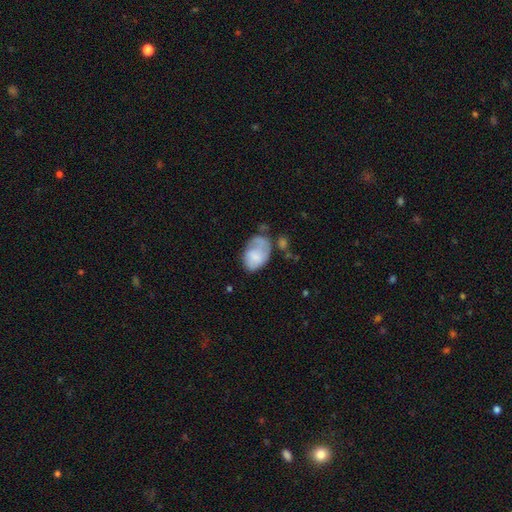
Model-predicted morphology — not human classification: Smooth or featured?
  - smooth: 64% *
  - featured or disk: 29%
  - star or artifact: 7%
How rounded?
  - in between: 85% *
  - round: 14%
  - cigar-shaped: 1%
Merging?
  - none: 34% *
  - minor disturbance: 32%
  - major disturbance: 25%
  - merger: 9%